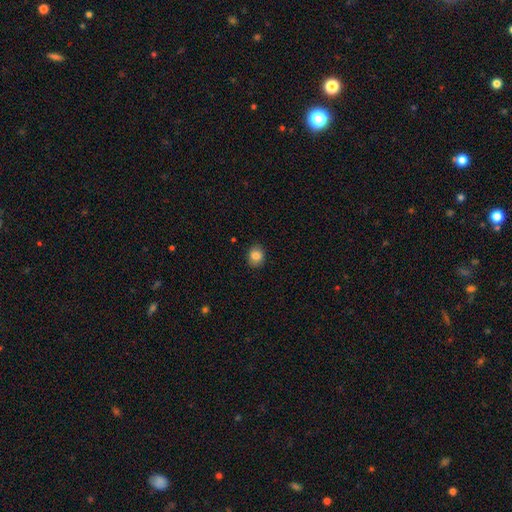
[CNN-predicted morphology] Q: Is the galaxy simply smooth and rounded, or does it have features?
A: smooth — 85%.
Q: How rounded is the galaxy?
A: round — 59%.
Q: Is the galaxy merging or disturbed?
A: none — 86%.